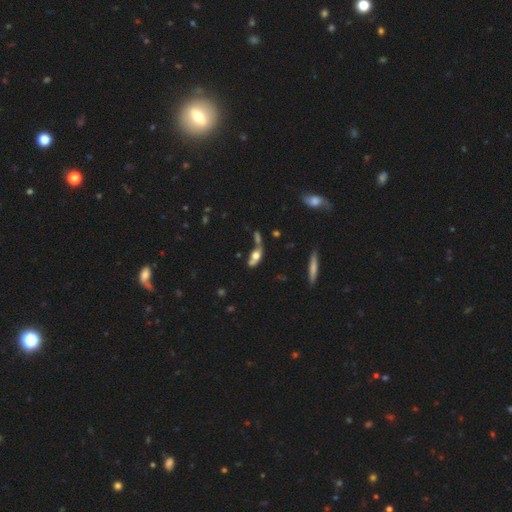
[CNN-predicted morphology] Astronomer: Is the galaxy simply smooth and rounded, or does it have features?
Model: smooth — 53% (runner-up: featured or disk, 36%).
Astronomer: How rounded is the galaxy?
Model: in between — 65%.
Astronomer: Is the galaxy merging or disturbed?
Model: merger — 41% (runner-up: none, 29%).